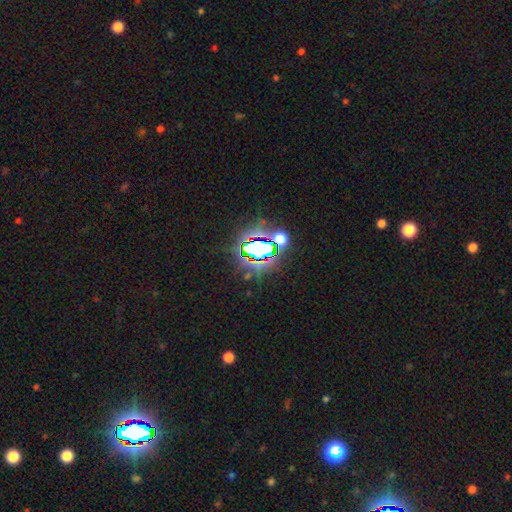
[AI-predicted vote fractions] A star or artifact, not a galaxy (73%).

Vote fractions:
- Smooth or featured? star or artifact: 73% / smooth: 16% / featured or disk: 11%